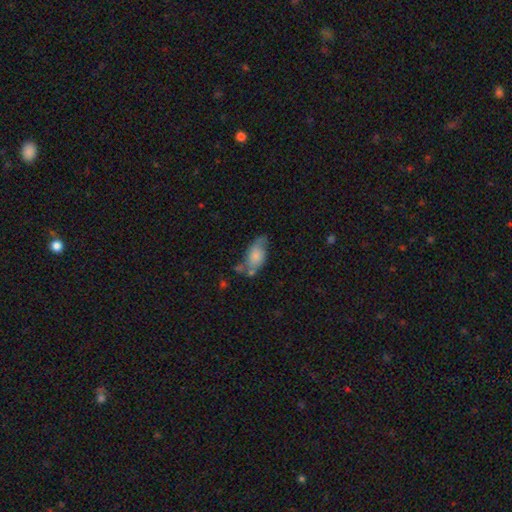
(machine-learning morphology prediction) smooth_or_featured: smooth (p=0.66) [alt: featured or disk p=0.26]
how_rounded: in between (p=0.90) [alt: cigar-shaped p=0.06]
merging: none (p=0.47) [alt: minor disturbance p=0.30]